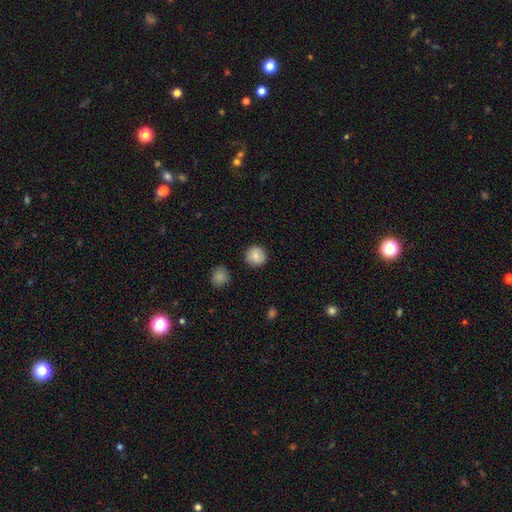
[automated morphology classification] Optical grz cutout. It shows a smooth galaxy with no disk features (84%) that is round (94%). Merging: none (90%).